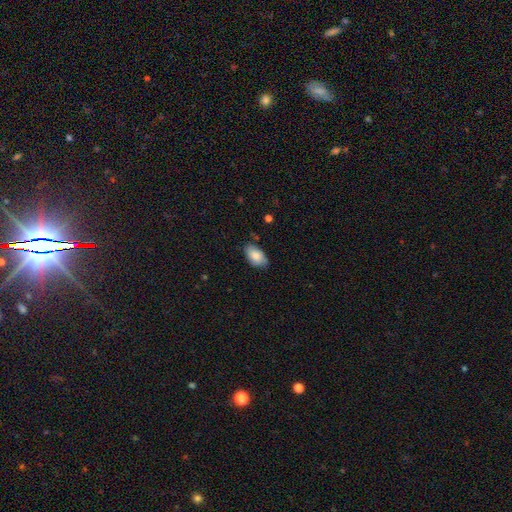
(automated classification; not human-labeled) The model was most divided on "merging": none: 73%, minor disturbance: 22%, major disturbance: 3%, merger: 2%. More confident: how rounded — in between (93%); smooth or featured — smooth (81%).